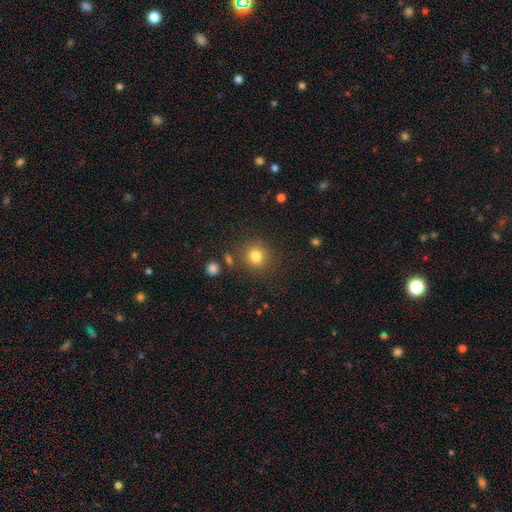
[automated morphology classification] smooth-or-featured: smooth: 81% | star or artifact: 13% | featured or disk: 6%
  how-rounded: round: 90% | in between: 9% | cigar-shaped: 1%
  merging: none: 84% | minor disturbance: 8% | merger: 4% | major disturbance: 4%